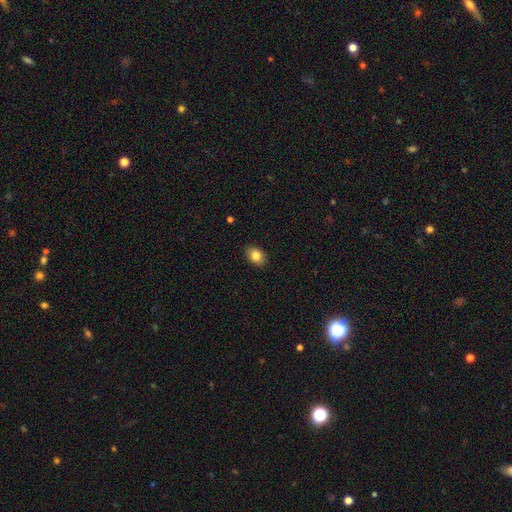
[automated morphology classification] Smooth or featured: smooth — 84% (star or artifact — 9%)
How rounded: in between — 73% (round — 26%)
Merging: none — 88% (minor disturbance — 9%)